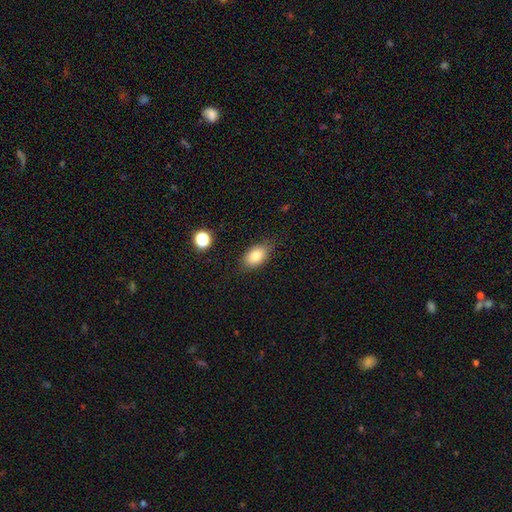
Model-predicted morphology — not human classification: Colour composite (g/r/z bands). It shows a smooth galaxy with no disk features (83%) that is in between round and cigar-shaped (89%). Merging: none (80%).